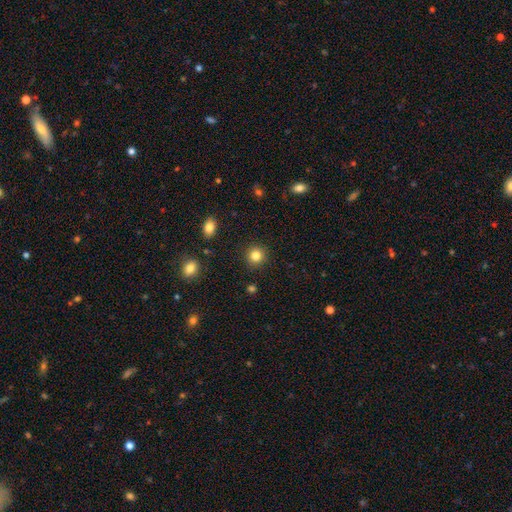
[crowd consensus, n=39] Smooth or featured? 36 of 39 (92%) said smooth. How rounded? 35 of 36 (97%) said round. Merging? 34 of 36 (94%) said none.